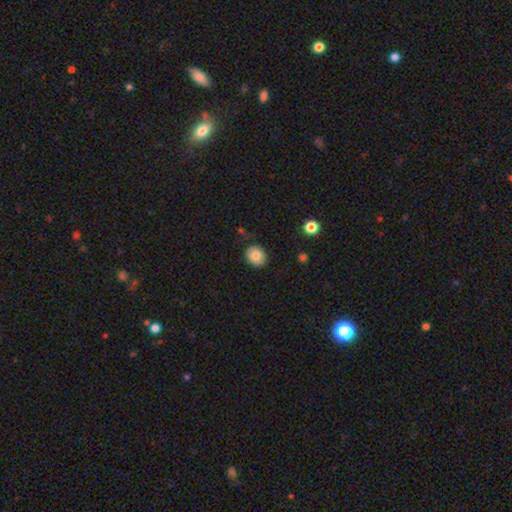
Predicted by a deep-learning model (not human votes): Smooth or featured: smooth — 81% (featured or disk — 10%)
How rounded: round — 63% (in between — 36%)
Merging: none — 86% (minor disturbance — 10%)